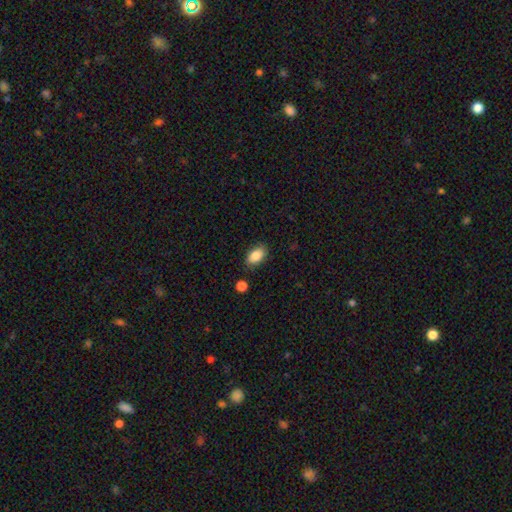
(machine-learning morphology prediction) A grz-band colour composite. It shows a smooth galaxy with no disk features (86%) that is in between round and cigar-shaped (90%). Merging: none (82%).